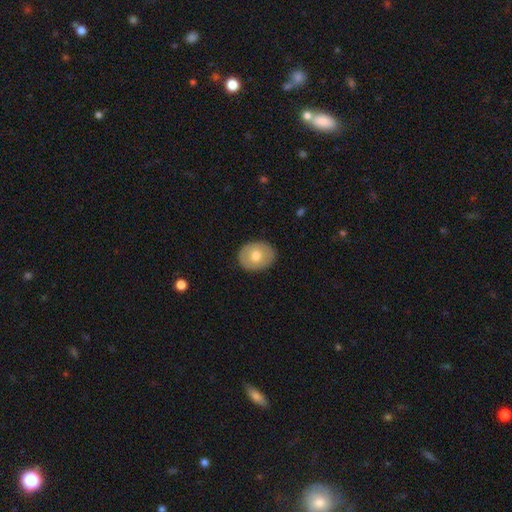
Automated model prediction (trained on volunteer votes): Morphology: type=smooth (67%); roundness=in between (53%); merging=none (88%).